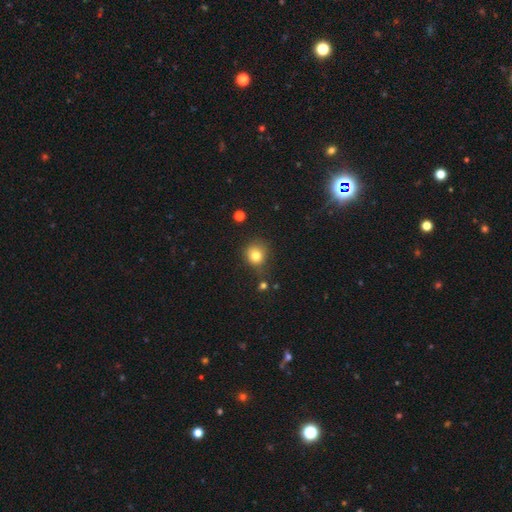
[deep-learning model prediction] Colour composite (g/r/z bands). It shows a smooth galaxy with no disk features (79%) that is round (86%). Merging: none (71%).